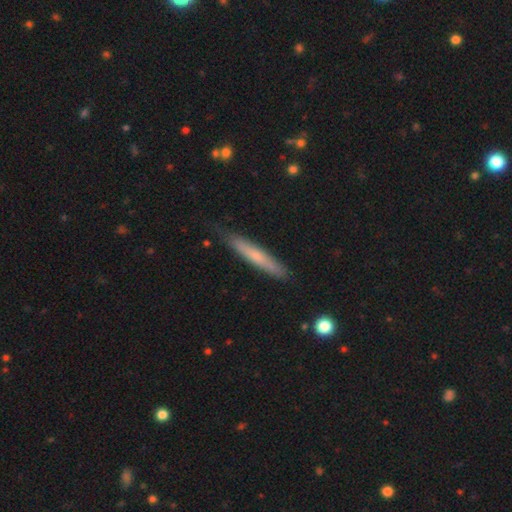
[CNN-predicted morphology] smooth_or_featured: smooth (p=0.60) [alt: featured or disk p=0.34]
how_rounded: cigar-shaped (p=0.95) [alt: in between p=0.04]
merging: none (p=0.82) [alt: minor disturbance p=0.14]